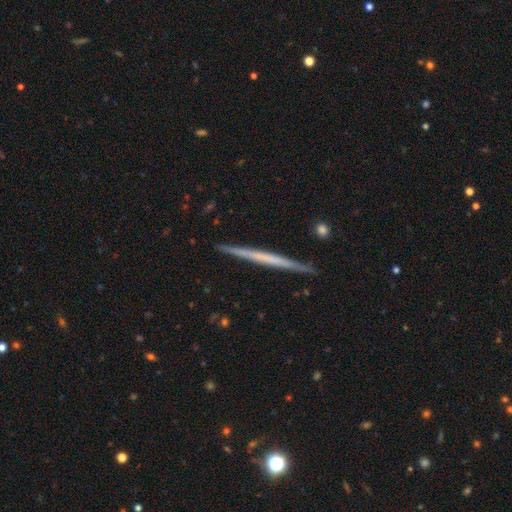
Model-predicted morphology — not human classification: Smooth or featured? featured or disk (59%)
Edge-on disk? yes (98%)
Edge-on bulge? none (87%)
Merging? none (91%)